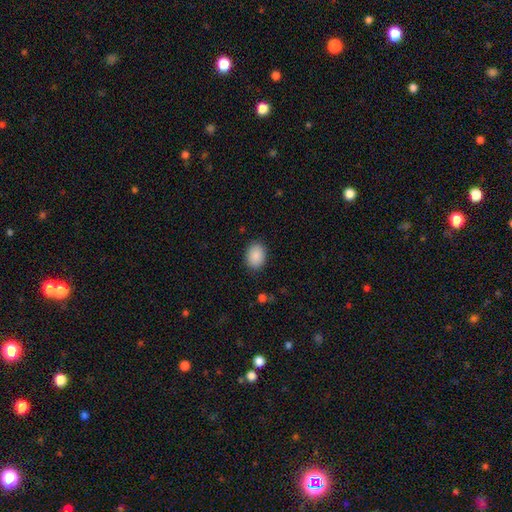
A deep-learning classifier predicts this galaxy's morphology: Q: Smooth or featured?
A: smooth (90%); runner-up: star or artifact (7%)
Q: How rounded?
A: in between (71%); runner-up: round (28%)
Q: Merging?
A: none (87%); runner-up: minor disturbance (9%)